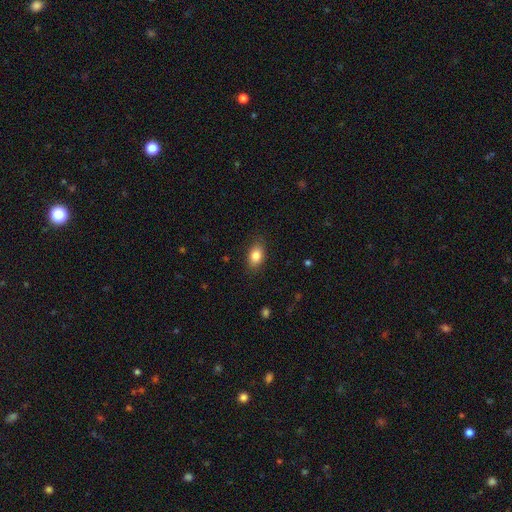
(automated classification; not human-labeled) Smooth or featured: smooth — 84% (featured or disk — 8%)
How rounded: in between — 85% (round — 12%)
Merging: none — 85% (minor disturbance — 11%)